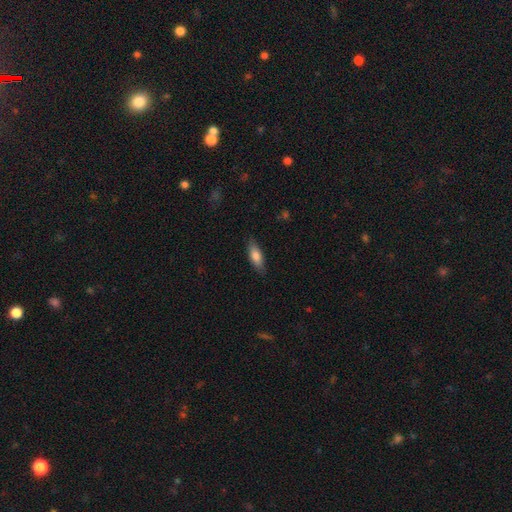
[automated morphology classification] A smooth galaxy with no disk features (77%) that is in between round and cigar-shaped (63%).

Vote fractions:
- Smooth or featured? smooth: 77% / featured or disk: 16% / star or artifact: 6%
- How rounded? in between: 63% / cigar-shaped: 35% / round: 2%
- Merging? none: 84% / minor disturbance: 13% / major disturbance: 3% / merger: 1%